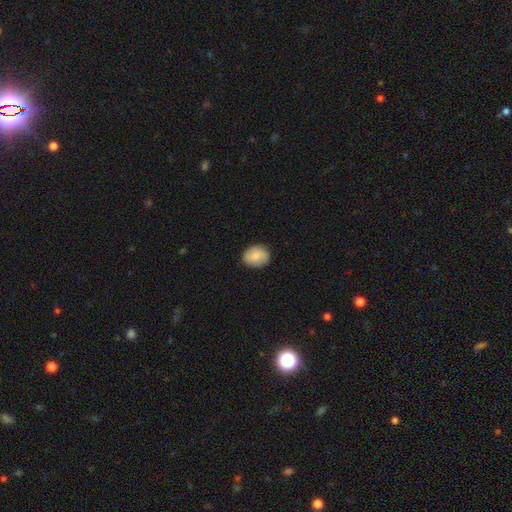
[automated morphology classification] The model was most divided on "how rounded": round: 56%, in between: 43%, cigar-shaped: 1%. More confident: merging — none (86%); smooth or featured — smooth (80%).